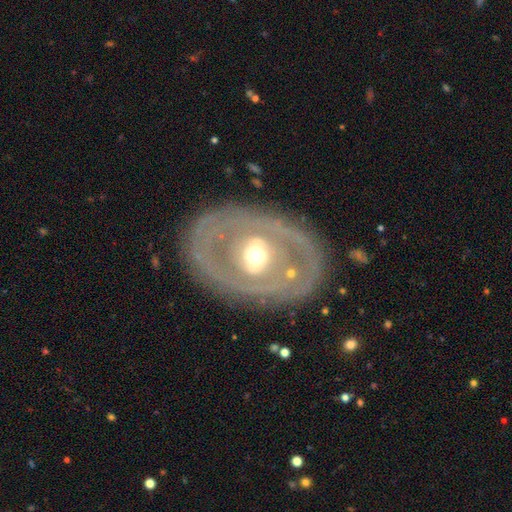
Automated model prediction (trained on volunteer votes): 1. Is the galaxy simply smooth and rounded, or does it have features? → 75% featured or disk, 19% smooth, 5% star or artifact.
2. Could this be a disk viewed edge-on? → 94% no, 6% yes.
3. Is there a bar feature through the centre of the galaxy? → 55% no, 28% weak, 17% strong.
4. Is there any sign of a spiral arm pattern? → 65% no, 35% yes.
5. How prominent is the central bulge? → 69% moderate, 15% small, 13% large, 2% dominant, 1% none.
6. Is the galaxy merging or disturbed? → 78% none, 12% minor disturbance, 7% major disturbance, 2% merger.